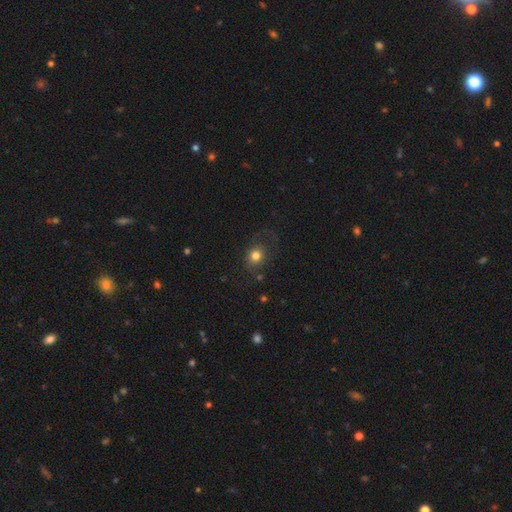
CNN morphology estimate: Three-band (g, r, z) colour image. It shows a smooth galaxy with no disk features (75%) that is round (69%). Merging: none (63%).